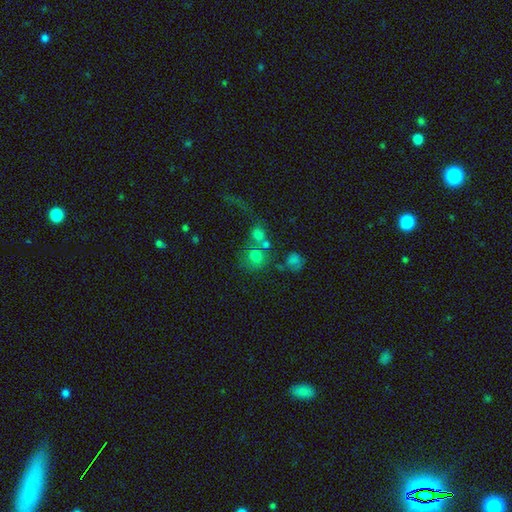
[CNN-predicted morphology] Overall: smooth (68%). How rounded: round (83%). Merging: none (42%; merger 38%).